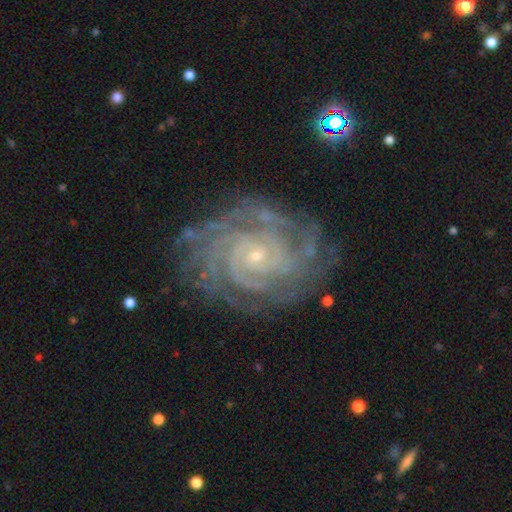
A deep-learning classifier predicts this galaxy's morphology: type=featured or disk (90%); edge-on=no (97%); bar=no (74%); spiral arms=yes (98%); winding=tight (81%); arm count=4 (23%); bulge=small (84%); merging=none (78%).